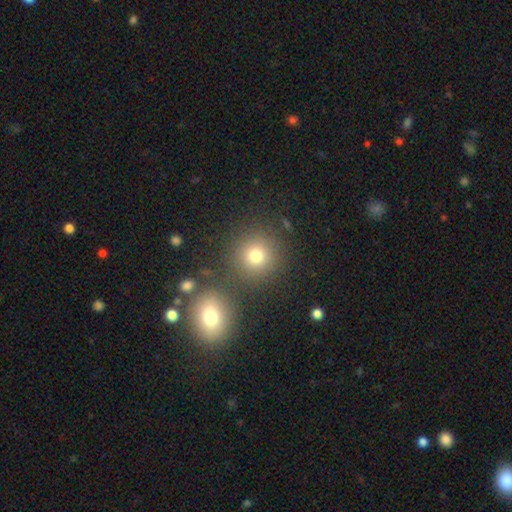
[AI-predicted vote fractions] Smooth or featured? smooth (75%)
How rounded? round (91%)
Merging? none (77%)